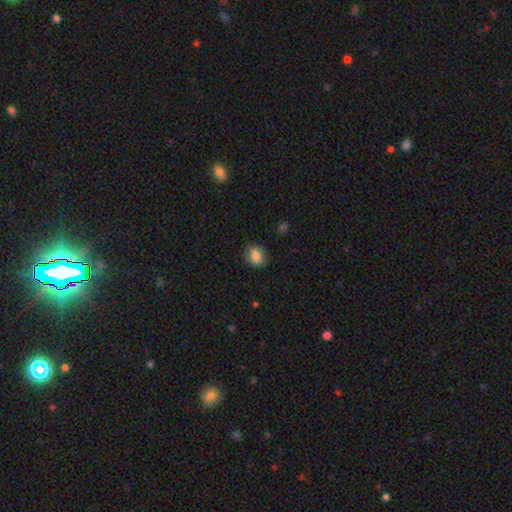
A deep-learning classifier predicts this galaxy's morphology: A smooth galaxy with no disk features (78%) that is round (59%). Merging: none (80%).